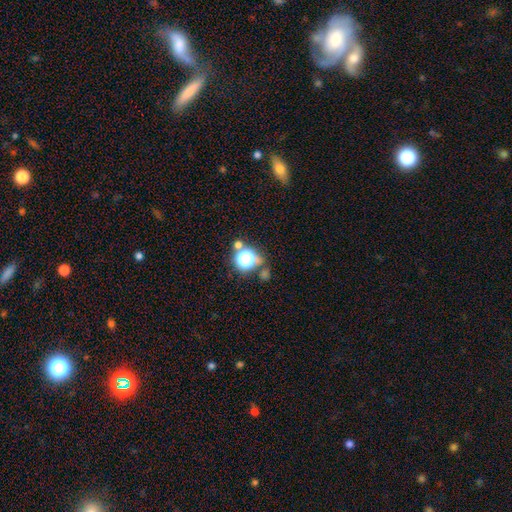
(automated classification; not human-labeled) This appears to be a star or artifact, not a galaxy (61%).